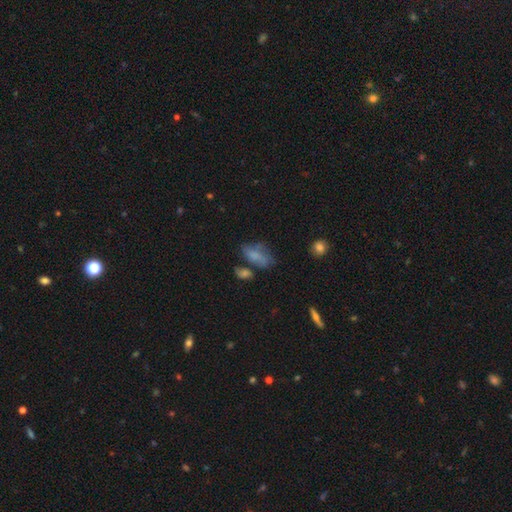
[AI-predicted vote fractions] Smooth or featured? smooth (60%)
How rounded? in between (86%)
Merging? none (40%)